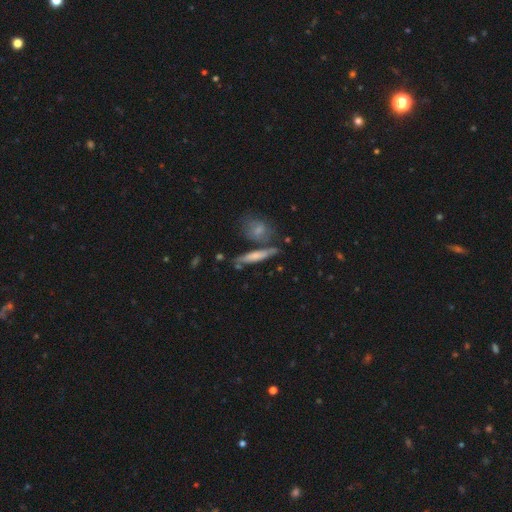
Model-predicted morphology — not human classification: Overall: smooth (61%; featured or disk 32%). How rounded: cigar-shaped (79%). Merging: none (68%).